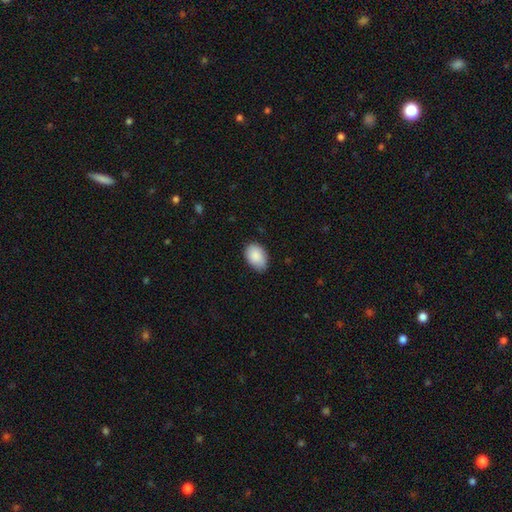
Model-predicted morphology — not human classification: This appears to be a smooth galaxy with no disk features (88%) that is in between round and cigar-shaped (87%). Merging: none (72%).